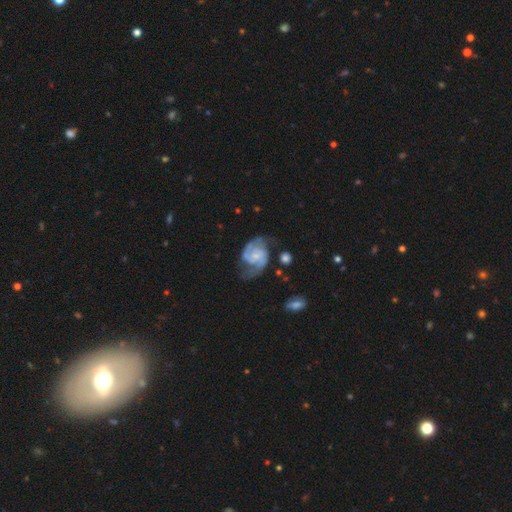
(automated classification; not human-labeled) featured or disk 88%, smooth 8%, star or artifact 5%. Down the decision tree: edge-on disk — no (98%); bar — no (56%); spiral arms — yes (97%); spiral arm count — 2 (88%); spiral winding — medium (54%); bulge size — small (61%); merging — none (61%).